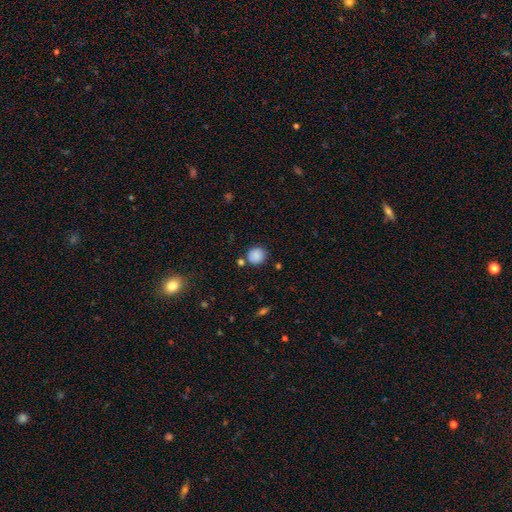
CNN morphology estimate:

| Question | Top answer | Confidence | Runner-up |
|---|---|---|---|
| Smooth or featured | smooth | 86% | star or artifact (9%) |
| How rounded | round | 88% | in between (11%) |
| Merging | none | 77% | minor disturbance (12%) |